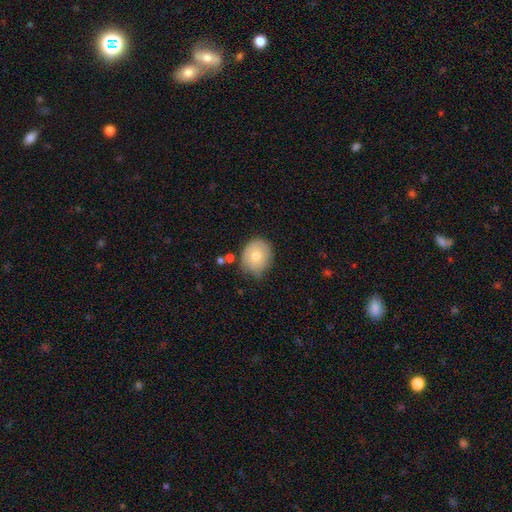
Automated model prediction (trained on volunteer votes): smooth_or_featured: smooth (p=0.69) [alt: featured or disk p=0.24]
how_rounded: round (p=0.67) [alt: in between p=0.32]
merging: none (p=0.63) [alt: minor disturbance p=0.28]